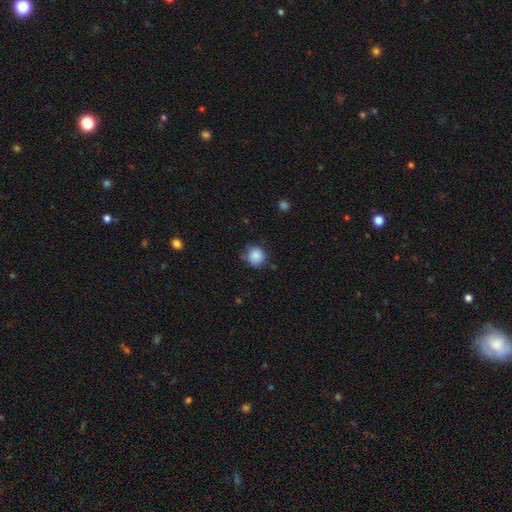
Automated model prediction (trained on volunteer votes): Q: Smooth or featured?
A: smooth (86%); runner-up: star or artifact (9%)
Q: How rounded?
A: round (87%); runner-up: in between (12%)
Q: Merging?
A: none (68%); runner-up: minor disturbance (24%)